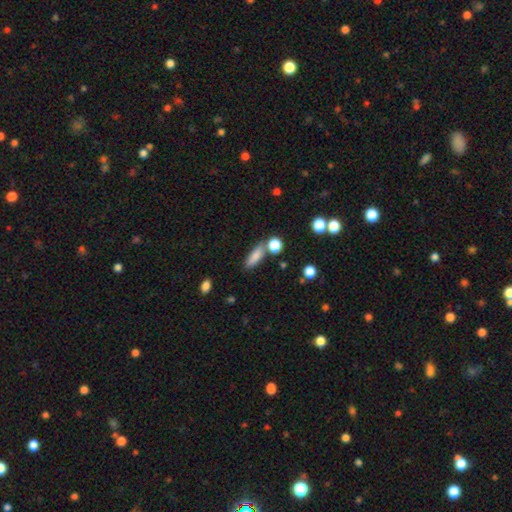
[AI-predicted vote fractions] smooth-or-featured: smooth: 82% | featured or disk: 9% | star or artifact: 9%
  how-rounded: in between: 58% | cigar-shaped: 36% | round: 6%
  merging: none: 65% | merger: 17% | minor disturbance: 14% | major disturbance: 4%